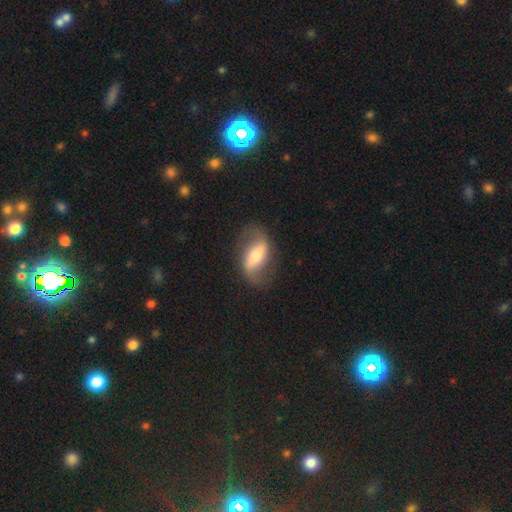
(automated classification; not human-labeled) featured or disk 74%, smooth 20%, star or artifact 6%. Down the decision tree: edge-on disk — no (92%); bar — strong (47%); spiral arms — yes (87%); spiral arm count — 2 (91%); spiral winding — loose (69%); bulge size — moderate (47%); merging — none (77%).